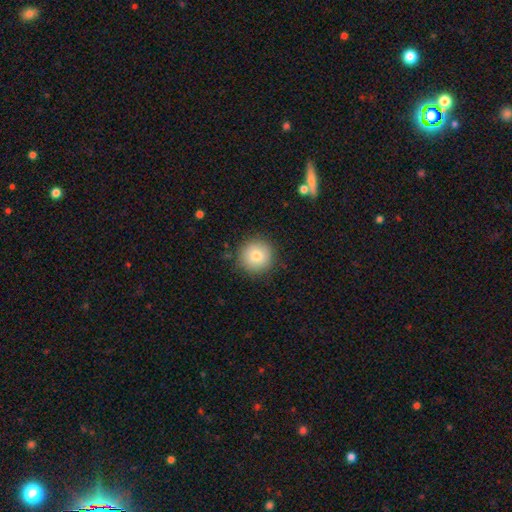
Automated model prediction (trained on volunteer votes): A smooth galaxy with no disk features (79%) that is round (95%).

Vote fractions:
- Smooth or featured? smooth: 79% / featured or disk: 12% / star or artifact: 10%
- How rounded? round: 95% / in between: 4% / cigar-shaped: 1%
- Merging? none: 88% / minor disturbance: 8% / major disturbance: 2% / merger: 1%